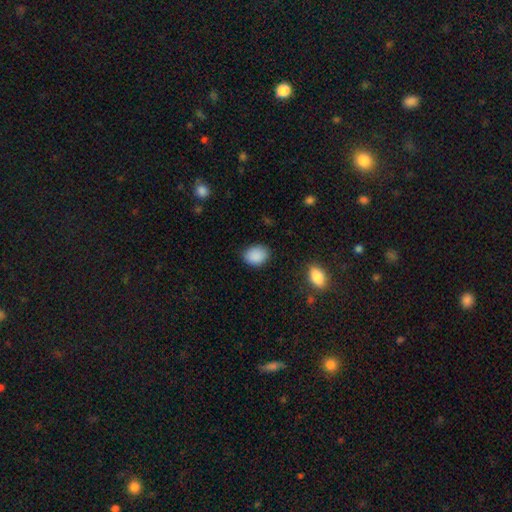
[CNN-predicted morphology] smooth-or-featured: smooth: 89% | star or artifact: 8% | featured or disk: 3%
  how-rounded: in between: 71% | round: 28% | cigar-shaped: 1%
  merging: none: 84% | minor disturbance: 12% | major disturbance: 3% | merger: 1%